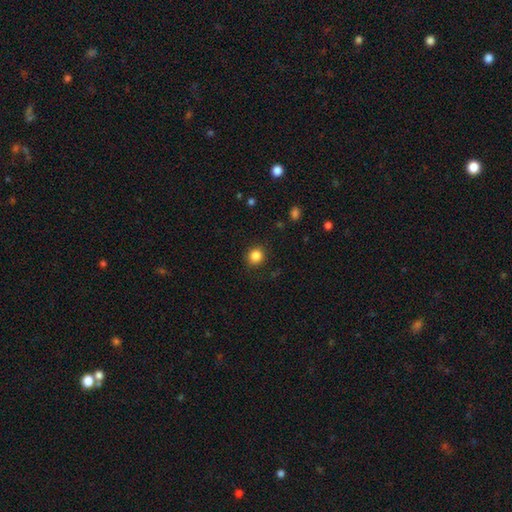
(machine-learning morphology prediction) smooth 85%, star or artifact 11%, featured or disk 4%. Down the decision tree: how rounded — round (90%); merging — none (91%).